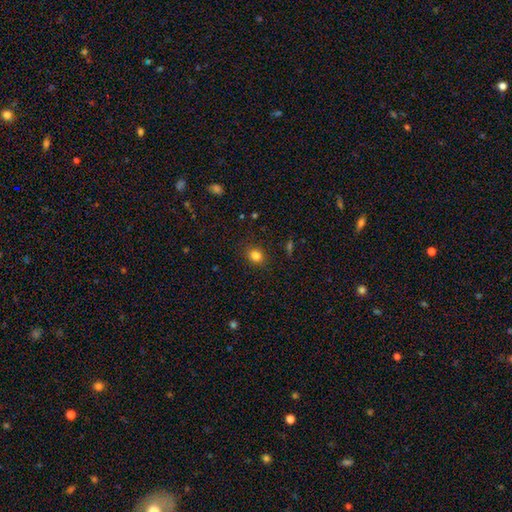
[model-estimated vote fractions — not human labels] Smooth or featured?
  - smooth: 82% *
  - star or artifact: 13%
  - featured or disk: 6%
How rounded?
  - round: 67% *
  - in between: 32%
  - cigar-shaped: 1%
Merging?
  - none: 87% *
  - minor disturbance: 9%
  - major disturbance: 3%
  - merger: 1%